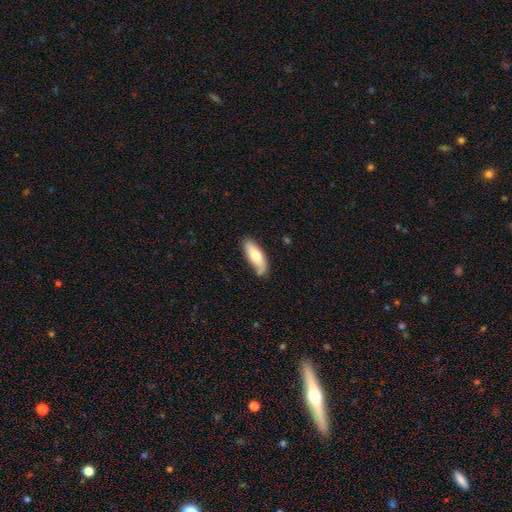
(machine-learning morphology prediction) type=smooth (68%); roundness=in between (73%); merging=none (71%).